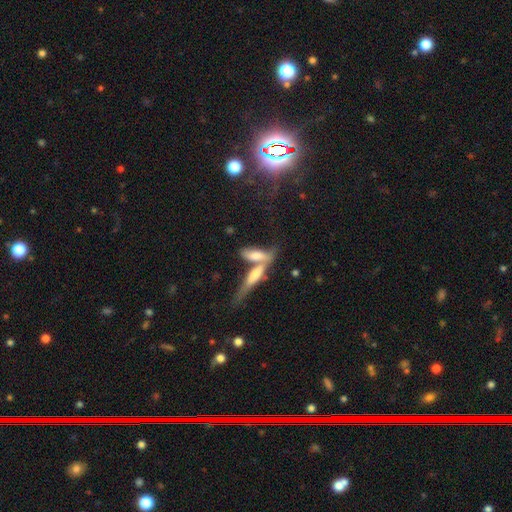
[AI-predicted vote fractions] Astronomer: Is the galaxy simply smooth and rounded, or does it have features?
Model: smooth — 58% (runner-up: featured or disk, 34%).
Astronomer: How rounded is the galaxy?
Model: cigar-shaped — 53% (runner-up: in between, 44%).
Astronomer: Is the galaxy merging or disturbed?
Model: merger — 62%.